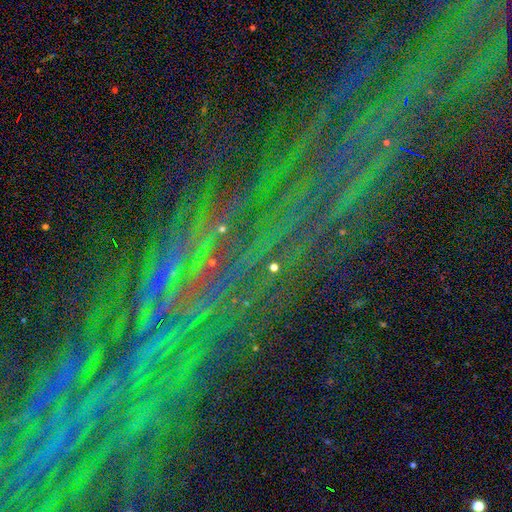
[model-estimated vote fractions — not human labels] A star or artifact, not a galaxy (80%).